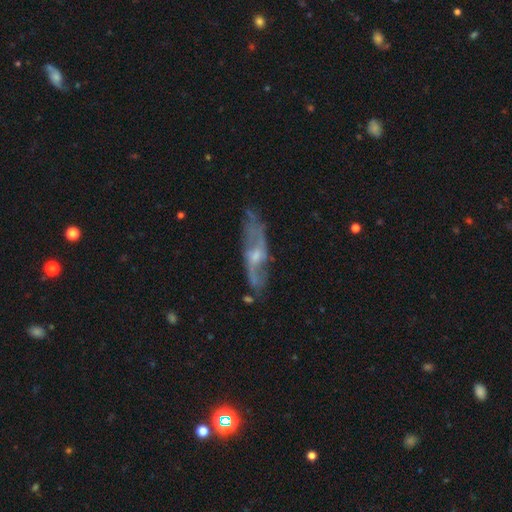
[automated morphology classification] smooth_or_featured: featured or disk (p=0.71) [alt: smooth p=0.21]
disk_edge_on: no (p=0.71) [alt: yes p=0.29]
bar: no (p=0.57) [alt: weak p=0.36]
has_spiral_arms: yes (p=0.77) [alt: no p=0.23]
bulge_size: small (p=0.49) [alt: moderate p=0.42]
merging: none (p=0.65) [alt: minor disturbance p=0.22]